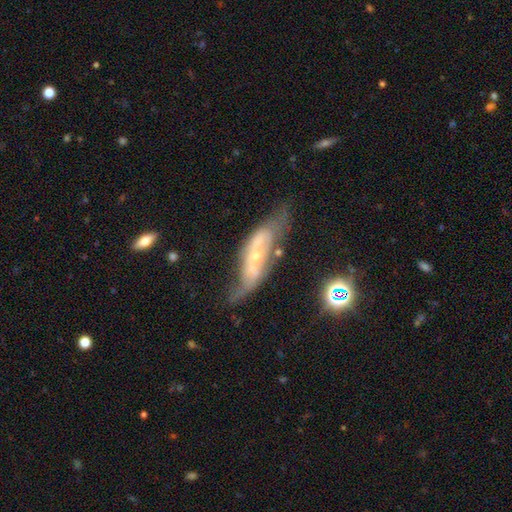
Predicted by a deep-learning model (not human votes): A featured or disk galaxy (70%) with no bar (53%), spiral arms (68%) and a small central bulge (63%).

Vote fractions:
- Smooth or featured? featured or disk: 70% / smooth: 21% / star or artifact: 9%
- Edge-on disk? no: 77% / yes: 23%
- Bar? no: 53% / weak: 28% / strong: 19%
- Spiral arms? yes: 68% / no: 32%
- Bulge size? small: 63% / moderate: 30% / none: 3% / large: 2% / dominant: 1%
- Merging? none: 41% / minor disturbance: 27% / major disturbance: 24% / merger: 8%